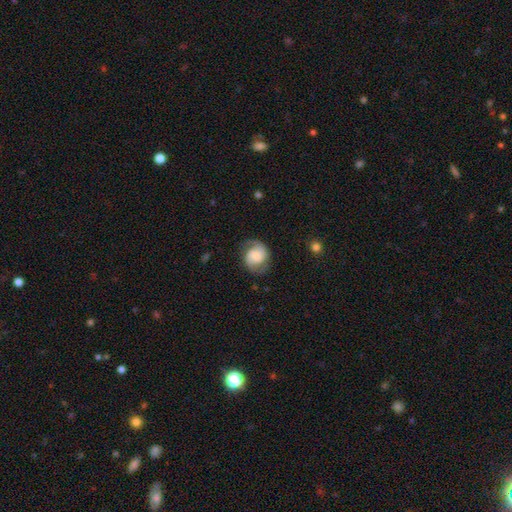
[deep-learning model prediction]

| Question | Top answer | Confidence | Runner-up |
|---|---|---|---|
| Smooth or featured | featured or disk | 62% | smooth (30%) |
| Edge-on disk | no | 98% | yes (2%) |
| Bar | no | 59% | weak (33%) |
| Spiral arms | yes | 92% | no (8%) |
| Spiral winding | medium | 47% | tight (29%) |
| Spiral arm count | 2 | 85% | can't tell (6%) |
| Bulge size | small | 41% | moderate (33%) |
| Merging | none | 70% | minor disturbance (19%) |